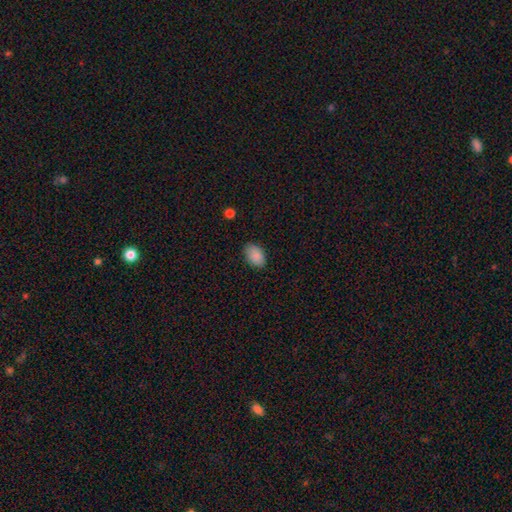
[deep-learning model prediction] Smooth or featured?
  - smooth: 89% *
  - star or artifact: 8%
  - featured or disk: 4%
How rounded?
  - in between: 90% *
  - round: 9%
  - cigar-shaped: 1%
Merging?
  - none: 84% *
  - minor disturbance: 13%
  - major disturbance: 3%
  - merger: 1%